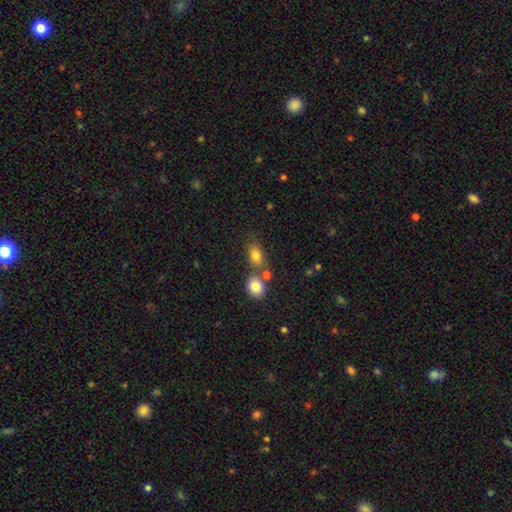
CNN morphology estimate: Smooth or featured: smooth — 81% (star or artifact — 11%)
How rounded: in between — 73% (round — 25%)
Merging: none — 55% (merger — 28%)